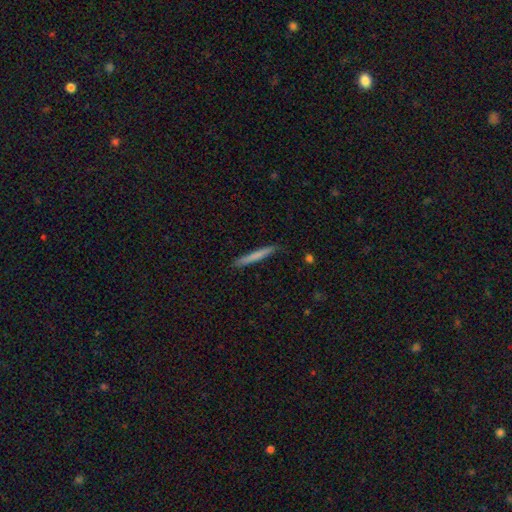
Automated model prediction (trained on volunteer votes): Smooth or featured?
  - smooth: 71% *
  - featured or disk: 24%
  - star or artifact: 5%
How rounded?
  - cigar-shaped: 97% *
  - in between: 2%
  - round: 1%
Merging?
  - none: 89% *
  - minor disturbance: 9%
  - major disturbance: 1%
  - merger: 1%